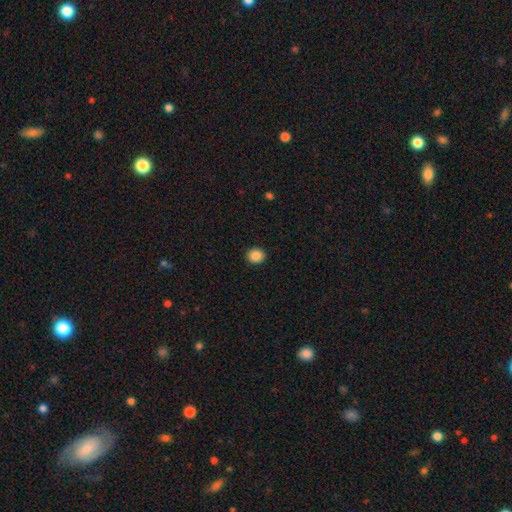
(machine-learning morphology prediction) Smooth or featured? Predicted: smooth (p=0.88). How rounded? Predicted: round (p=0.75). Merging? Predicted: none (p=0.92).